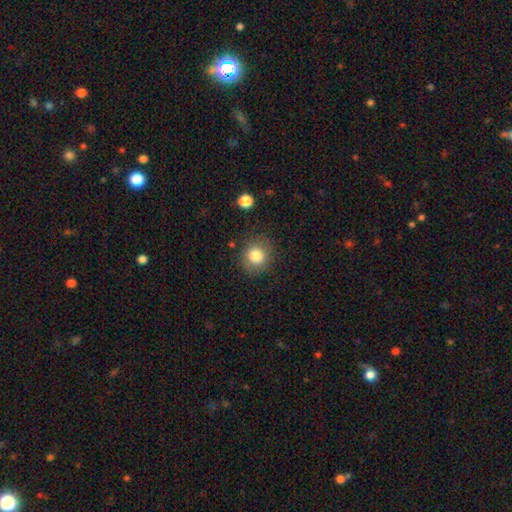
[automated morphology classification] A smooth galaxy with no disk features (81%) that is round (82%). Merging: none (82%).